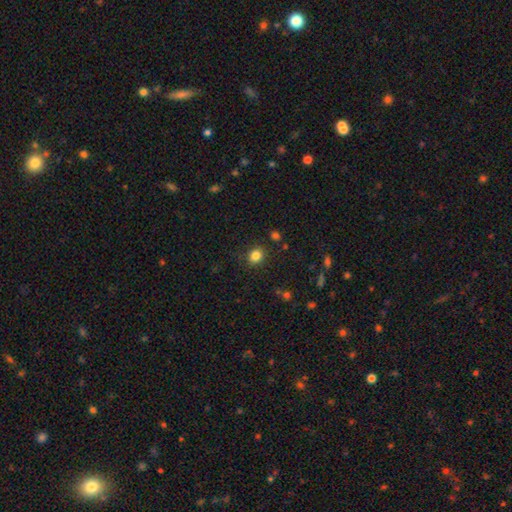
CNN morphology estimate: type=smooth (84%); roundness=round (69%); merging=none (85%).